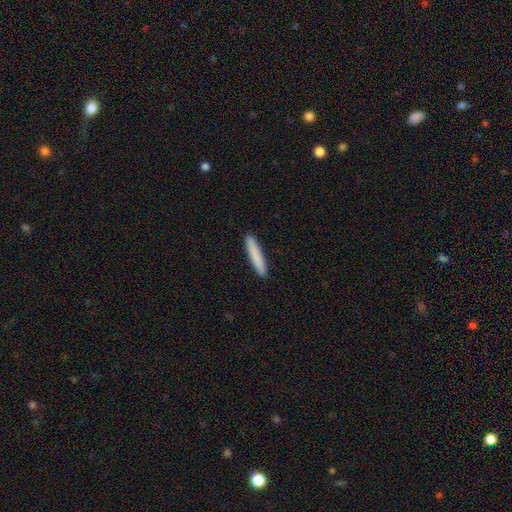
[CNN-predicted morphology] Smooth or featured?
  - smooth: 85% *
  - featured or disk: 9%
  - star or artifact: 5%
How rounded?
  - cigar-shaped: 93% *
  - in between: 6%
  - round: 1%
Merging?
  - none: 92% *
  - minor disturbance: 5%
  - major disturbance: 1%
  - merger: 1%